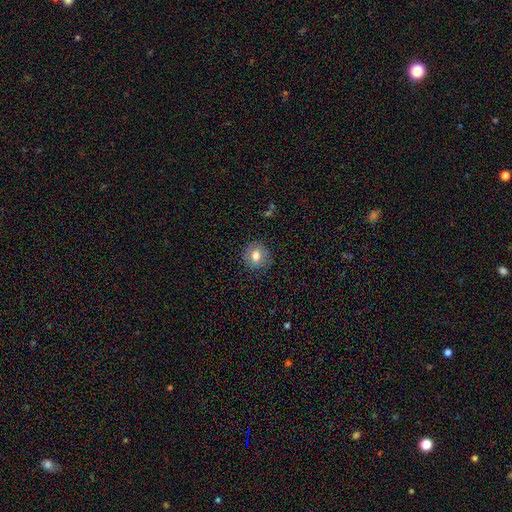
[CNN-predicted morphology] Q: Smooth or featured?
A: smooth (79%); runner-up: featured or disk (12%)
Q: How rounded?
A: round (86%); runner-up: in between (13%)
Q: Merging?
A: none (87%); runner-up: minor disturbance (9%)